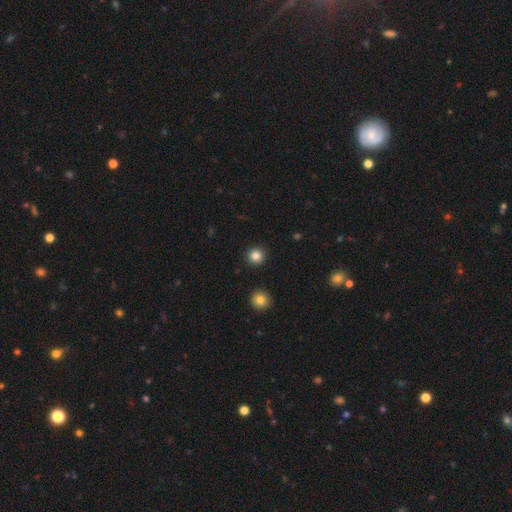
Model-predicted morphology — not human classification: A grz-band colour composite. It shows a smooth galaxy with no disk features (85%) that is round (94%). Merging: none (92%).